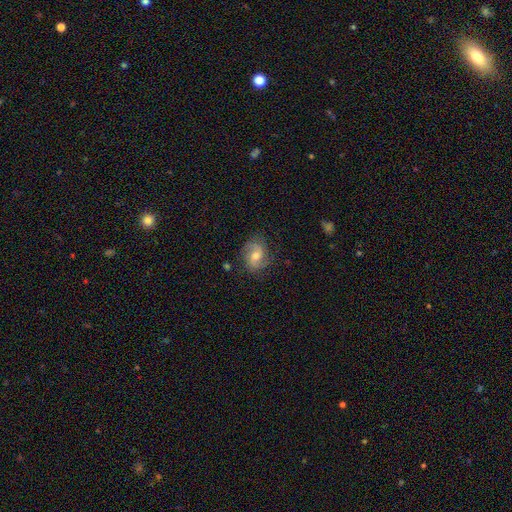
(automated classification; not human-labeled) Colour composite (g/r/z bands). It shows a featured or disk galaxy (70%) with a weak bar (47%), 2 (81%) medium (47%) spiral arms (92%) and a moderate central bulge (64%). Merging: none (76%).